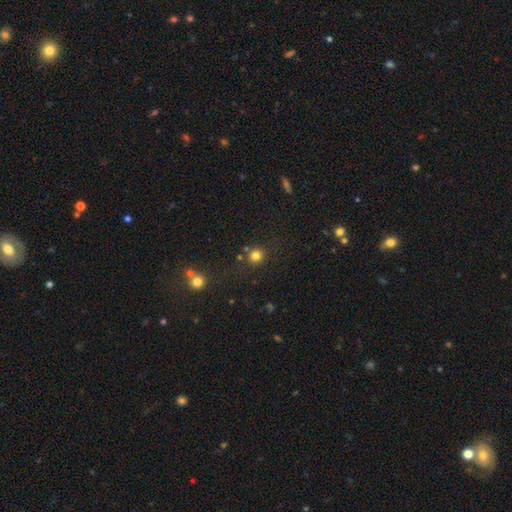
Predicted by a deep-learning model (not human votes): This appears to be a smooth galaxy with no disk features (80%) that is round (89%). Merging: none (80%).